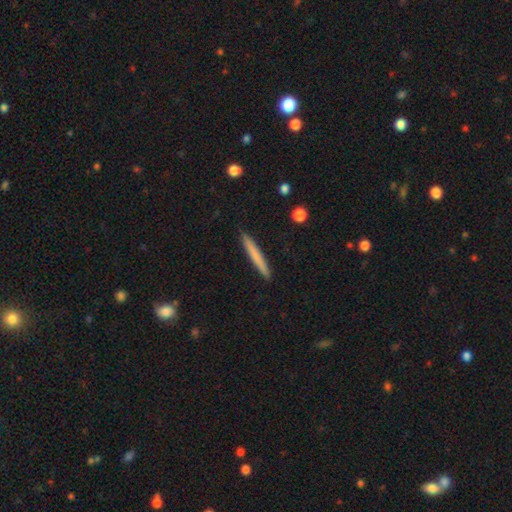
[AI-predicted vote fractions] smooth 70%, featured or disk 24%, star or artifact 6%. Down the decision tree: how rounded — cigar-shaped (97%); merging — none (92%).